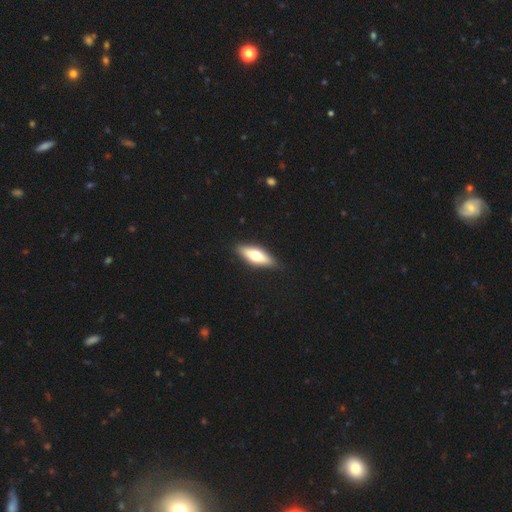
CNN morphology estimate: This appears to be a smooth galaxy with no disk features (57%) that is in between round and cigar-shaped (56%). Merging: none (89%).